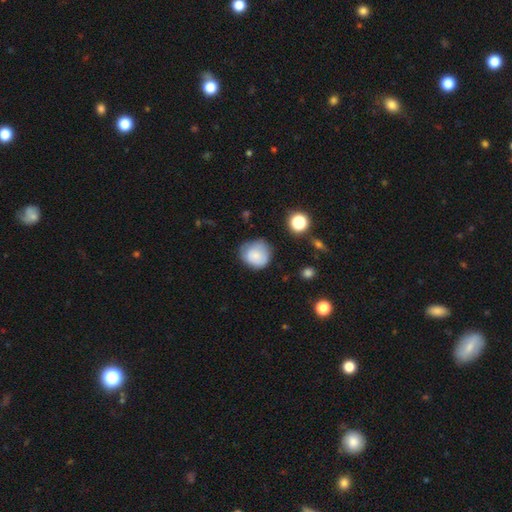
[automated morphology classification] smooth-or-featured: smooth: 77% | featured or disk: 14% | star or artifact: 9%
  how-rounded: round: 81% | in between: 19% | cigar-shaped: 1%
  merging: none: 59% | minor disturbance: 30% | major disturbance: 9% | merger: 2%